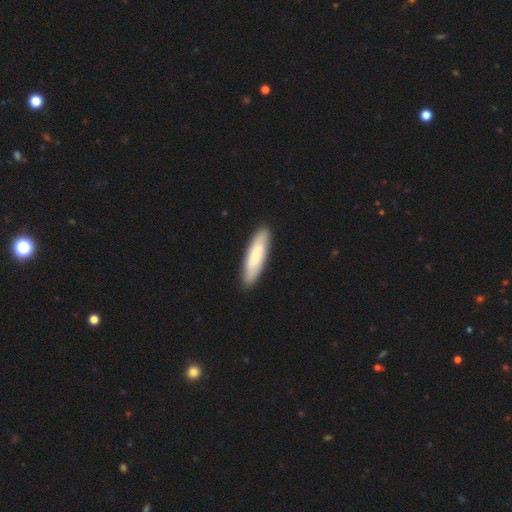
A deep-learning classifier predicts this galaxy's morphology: Smooth or featured? Predicted: smooth (p=0.72). How rounded? Predicted: cigar-shaped (p=0.70). Merging? Predicted: none (p=0.90).